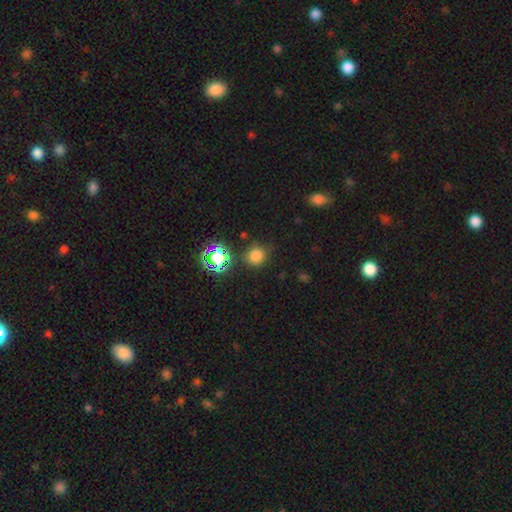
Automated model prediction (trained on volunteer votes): Morphology: type=smooth (72%); roundness=round (89%); merging=none (82%).